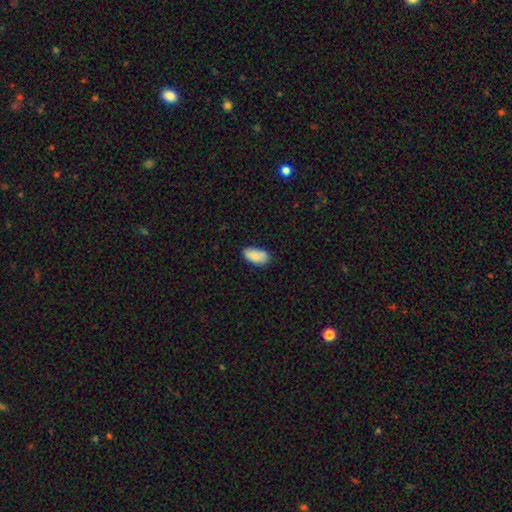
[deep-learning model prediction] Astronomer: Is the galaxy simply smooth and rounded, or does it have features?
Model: smooth — 86%.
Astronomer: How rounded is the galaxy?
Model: in between — 94%.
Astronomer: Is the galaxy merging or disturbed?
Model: none — 71%.